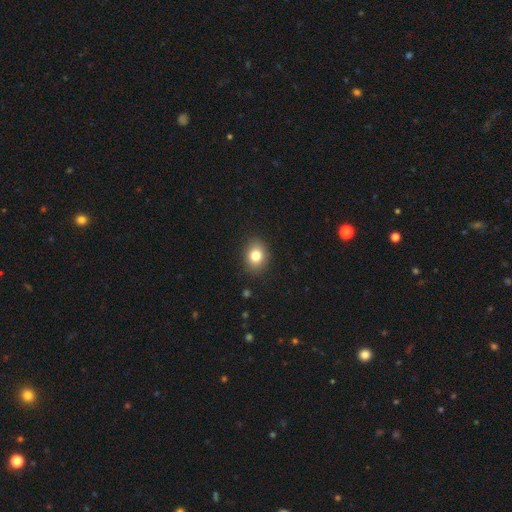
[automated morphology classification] The model was most divided on "how rounded": in between: 55%, round: 44%, cigar-shaped: 1%. More confident: merging — none (88%); smooth or featured — smooth (81%).